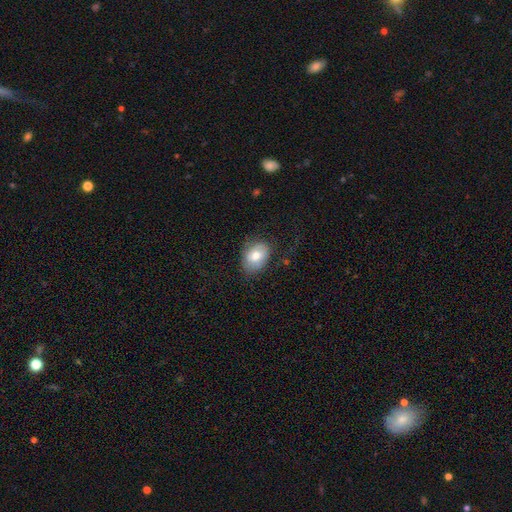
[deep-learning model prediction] smooth-or-featured: smooth: 70% | featured or disk: 22% | star or artifact: 8%
  how-rounded: in between: 79% | round: 20% | cigar-shaped: 1%
  merging: none: 68% | minor disturbance: 22% | major disturbance: 9% | merger: 1%